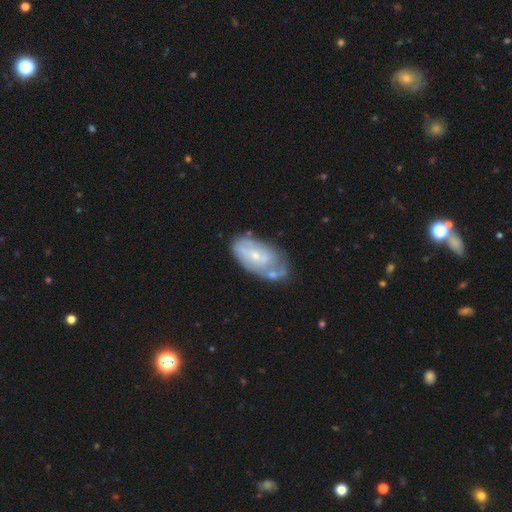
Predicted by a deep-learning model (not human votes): A featured or disk galaxy (64%) with no bar (66%), spiral arms (61%) and a small central bulge (67%). Merging: none (39%).